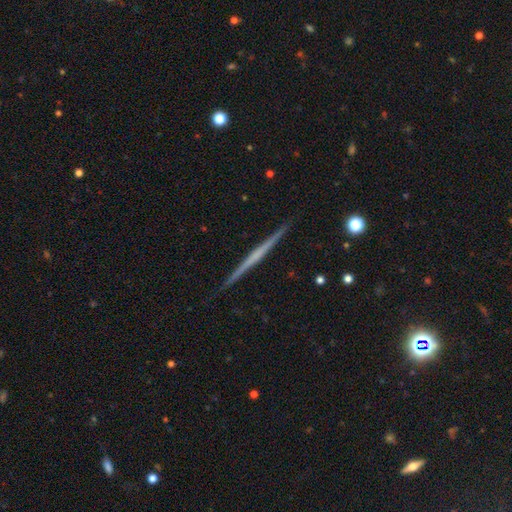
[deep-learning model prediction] smooth_or_featured: featured or disk (p=0.68) [alt: smooth p=0.27]
disk_edge_on: yes (p=0.98) [alt: no p=0.02]
edge_on_bulge: none (p=0.81) [alt: rounded p=0.13]
merging: none (p=0.93) [alt: minor disturbance p=0.05]